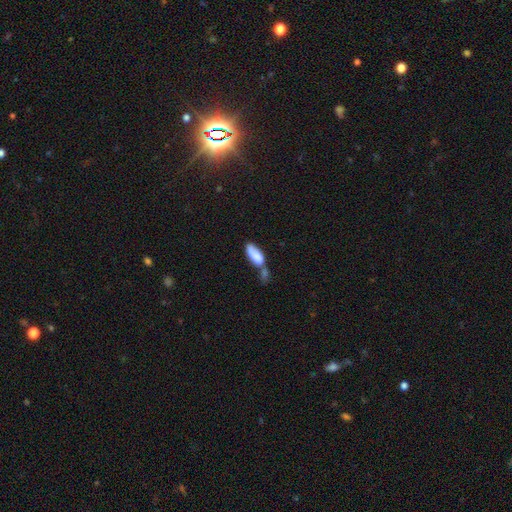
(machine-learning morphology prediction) The model was most divided on "merging": merger: 52%, none: 21%, minor disturbance: 16%, major disturbance: 11%. More confident: how rounded — in between (77%); smooth or featured — smooth (74%).